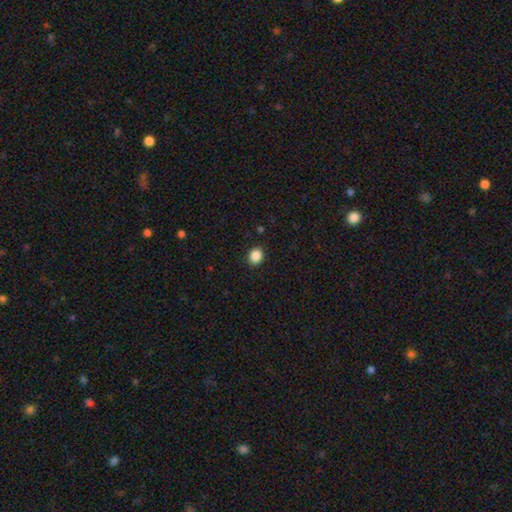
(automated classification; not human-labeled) smooth-or-featured: smooth: 87% | star or artifact: 10% | featured or disk: 3%
  how-rounded: round: 67% | in between: 33% | cigar-shaped: 1%
  merging: none: 91% | minor disturbance: 6% | major disturbance: 2% | merger: 1%